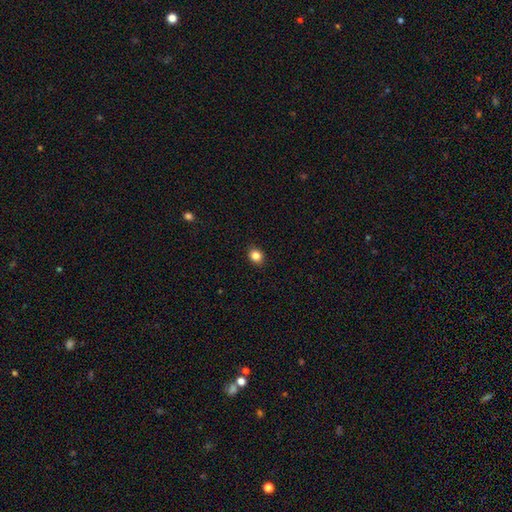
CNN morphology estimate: Smooth or featured? Predicted: smooth (p=0.85). How rounded? Predicted: round (p=0.62). Merging? Predicted: none (p=0.90).